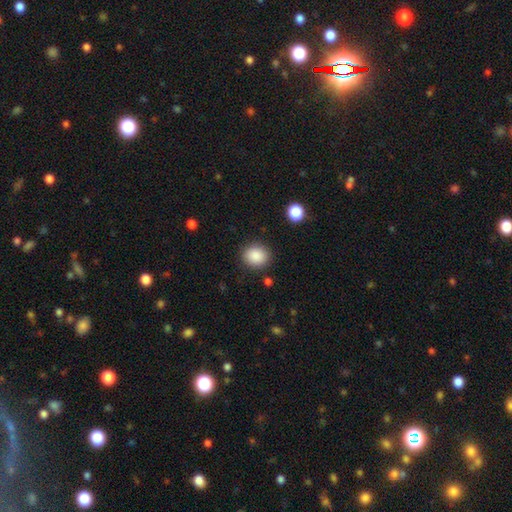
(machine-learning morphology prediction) Smooth or featured? smooth (88%)
How rounded? round (72%)
Merging? none (87%)